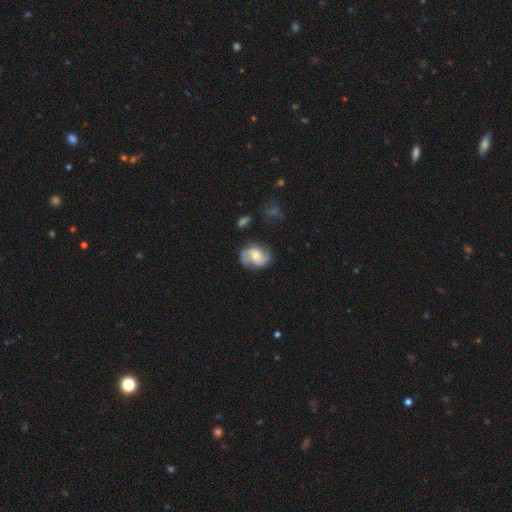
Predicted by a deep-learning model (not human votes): Smooth or featured: featured or disk — 59% (smooth — 34%)
Edge-on disk: no — 97% (yes — 3%)
Bar: no — 58% (weak — 35%)
Spiral arms: yes — 88% (no — 12%)
Bulge size: moderate — 50% (small — 37%)
Merging: none — 67% (minor disturbance — 22%)